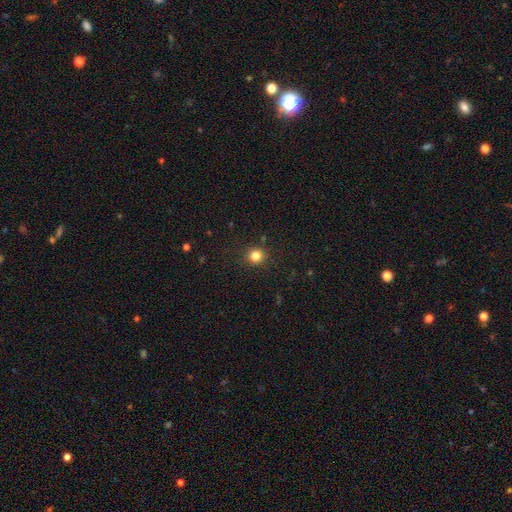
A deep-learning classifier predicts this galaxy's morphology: Smooth or featured: smooth — 82% (star or artifact — 13%)
How rounded: round — 88% (in between — 11%)
Merging: none — 89% (minor disturbance — 7%)